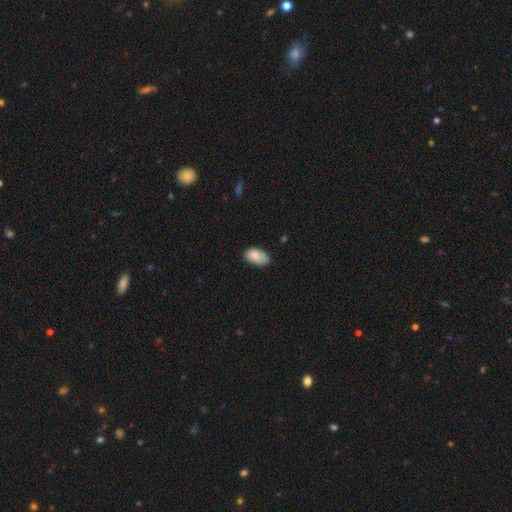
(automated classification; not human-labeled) Overall: smooth (82%). How rounded: in between (93%). Merging: none (62%; minor disturbance 29%).